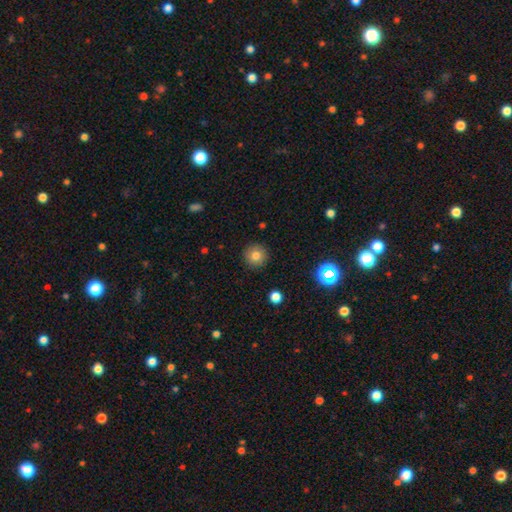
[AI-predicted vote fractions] The model was most divided on "smooth or featured": smooth: 80%, star or artifact: 12%, featured or disk: 8%. More confident: how rounded — round (95%); merging — none (91%).